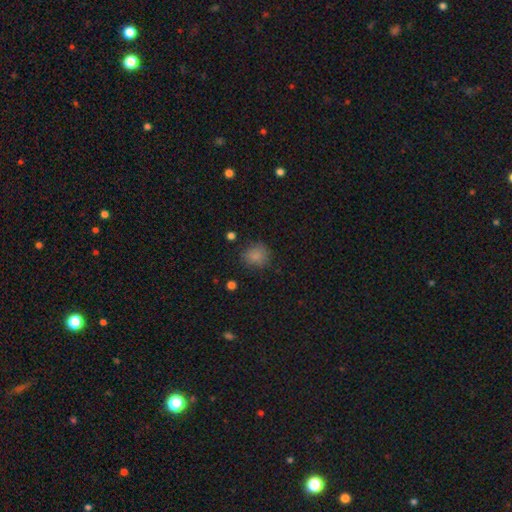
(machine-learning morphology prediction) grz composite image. It shows a smooth galaxy with no disk features (82%) that is round (80%). Merging: none (78%).